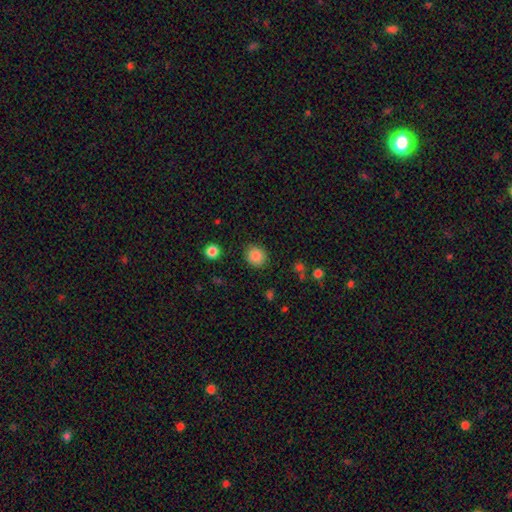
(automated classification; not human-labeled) The model was most divided on "how rounded": round: 82%, in between: 17%, cigar-shaped: 1%. More confident: merging — none (88%); smooth or featured — smooth (86%).